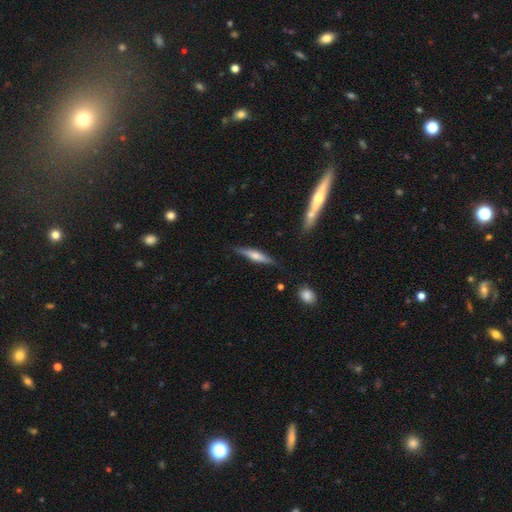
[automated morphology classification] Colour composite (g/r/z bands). It shows a featured or disk galaxy (54%) viewed edge-on (95%) with a rounded central bulge (76%). Merging: none (83%).